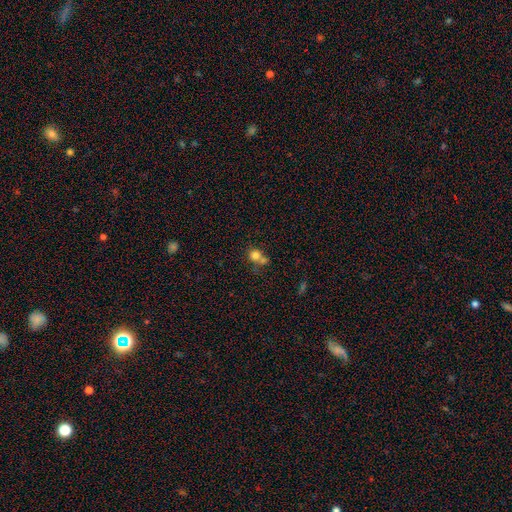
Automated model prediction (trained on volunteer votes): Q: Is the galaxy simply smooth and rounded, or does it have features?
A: smooth — 78%.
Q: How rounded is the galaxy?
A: round — 81%.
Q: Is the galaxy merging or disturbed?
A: merger — 45%.